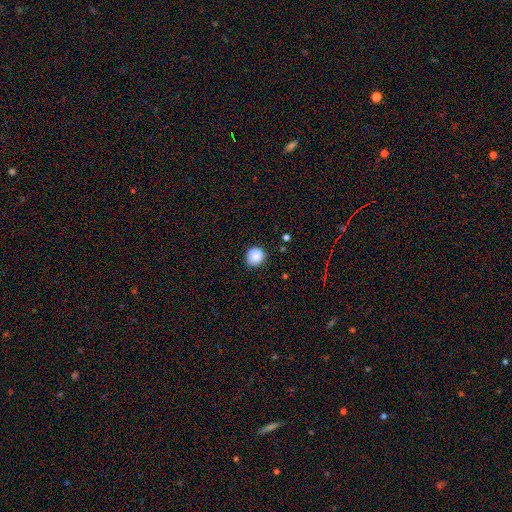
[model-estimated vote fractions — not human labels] A smooth galaxy with no disk features (87%) that is round (92%).

Vote fractions:
- Smooth or featured? smooth: 87% / star or artifact: 9% / featured or disk: 4%
- How rounded? round: 92% / in between: 7% / cigar-shaped: 1%
- Merging? none: 85% / minor disturbance: 12% / major disturbance: 2% / merger: 1%